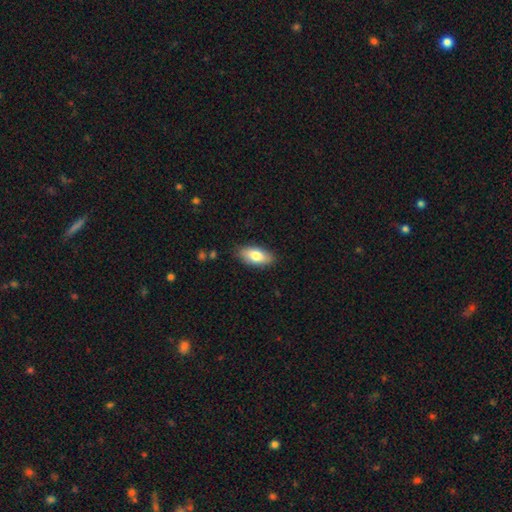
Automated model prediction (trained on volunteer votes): A smooth galaxy with no disk features (77%) that is in between round and cigar-shaped (87%). Merging: none (84%).